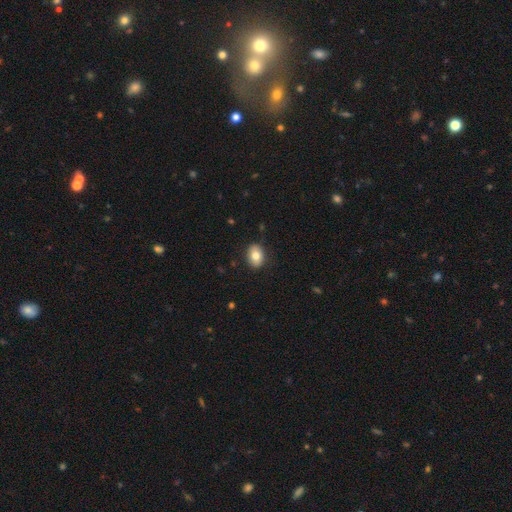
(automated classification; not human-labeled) smooth-or-featured: smooth: 81% | featured or disk: 11% | star or artifact: 8%
  how-rounded: in between: 73% | round: 26% | cigar-shaped: 1%
  merging: none: 87% | minor disturbance: 10% | major disturbance: 2% | merger: 1%